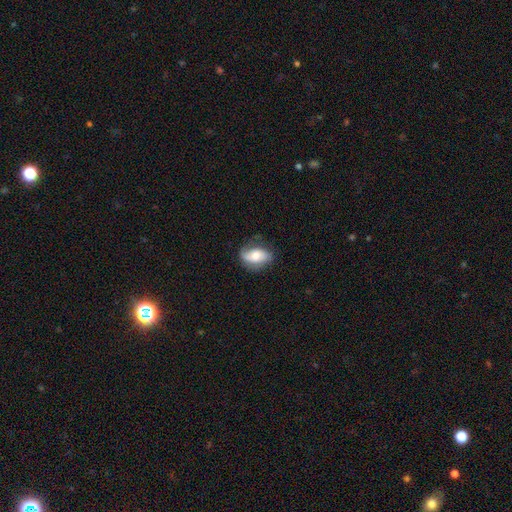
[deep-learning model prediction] smooth_or_featured: featured or disk (p=0.50) [alt: smooth p=0.43]
merging: none (p=0.64) [alt: minor disturbance p=0.24]